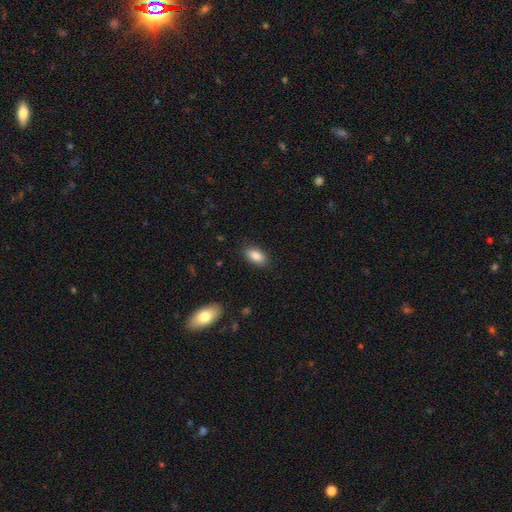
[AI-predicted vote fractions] Smooth or featured? smooth (87%)
How rounded? in between (91%)
Merging? none (86%)